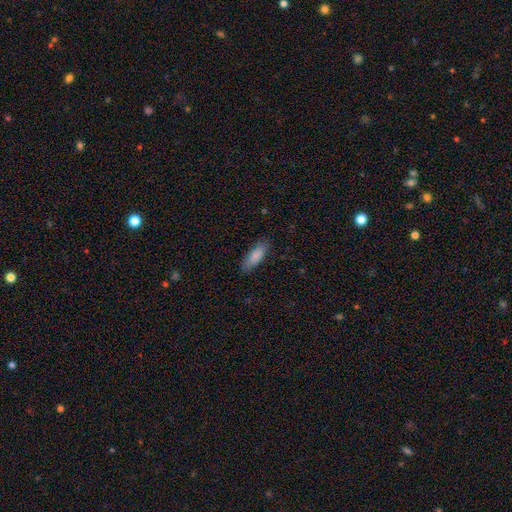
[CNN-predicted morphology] Smooth or featured? Predicted: smooth (p=0.84). How rounded? Predicted: in between (p=0.66). Merging? Predicted: none (p=0.84).